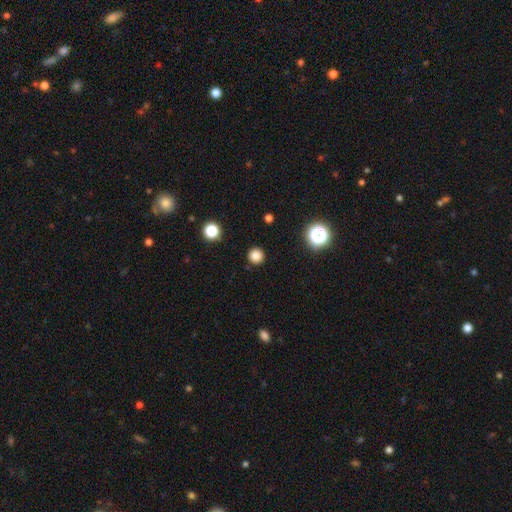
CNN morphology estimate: This is clearly a smooth galaxy (82%). How rounded: clearly round (95%). Merging: clearly none (91%).